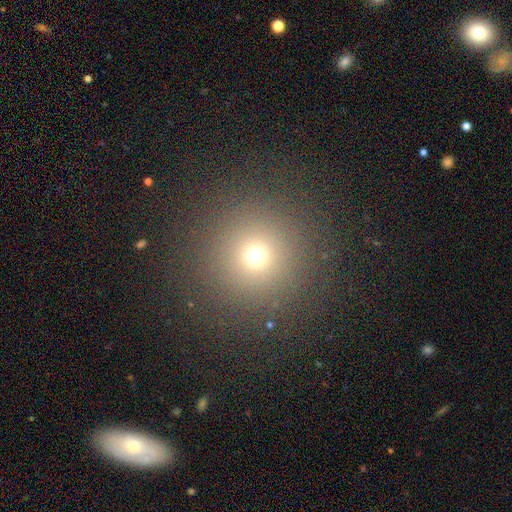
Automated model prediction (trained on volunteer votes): smooth_or_featured: smooth (p=0.68) [alt: star or artifact p=0.23]
how_rounded: round (p=0.95) [alt: in between p=0.04]
merging: none (p=0.87) [alt: minor disturbance p=0.07]